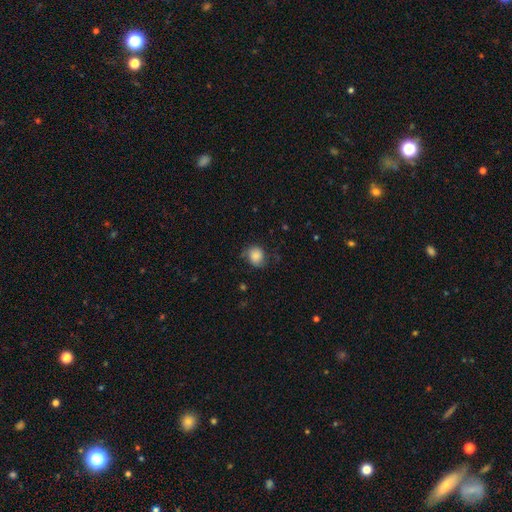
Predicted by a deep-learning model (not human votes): The model was most divided on "how rounded": round: 69%, in between: 30%, cigar-shaped: 1%. More confident: smooth or featured — smooth (77%); merging — none (65%).